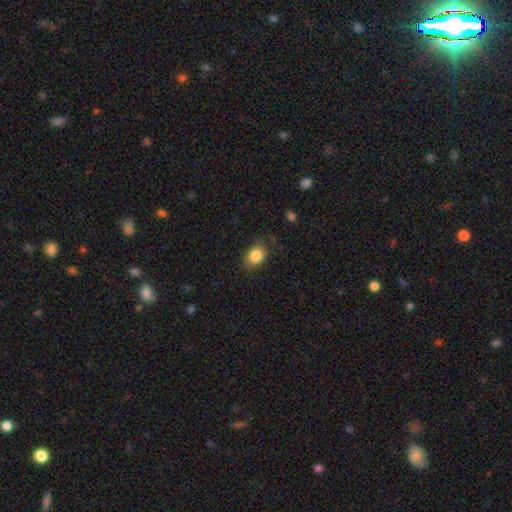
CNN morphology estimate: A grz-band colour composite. It shows a smooth galaxy with no disk features (85%) that is in between round and cigar-shaped (60%). Merging: none (77%).